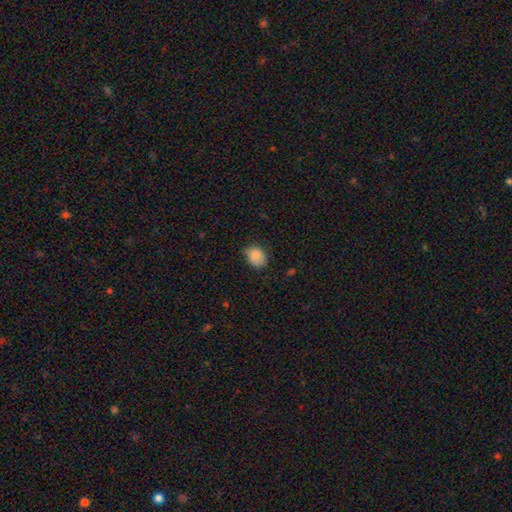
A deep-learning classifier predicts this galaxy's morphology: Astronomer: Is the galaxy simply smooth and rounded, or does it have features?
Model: smooth — 86%.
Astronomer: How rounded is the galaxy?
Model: in between — 51% (runner-up: round, 48%).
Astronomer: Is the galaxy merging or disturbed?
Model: none — 70%.